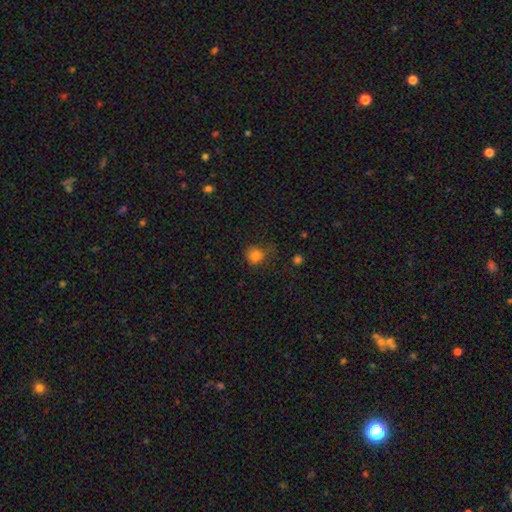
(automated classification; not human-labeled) A smooth galaxy with no disk features (81%) that is round (87%).

Vote fractions:
- Smooth or featured? smooth: 81% / star or artifact: 13% / featured or disk: 6%
- How rounded? round: 87% / in between: 12% / cigar-shaped: 1%
- Merging? none: 67% / minor disturbance: 23% / major disturbance: 8% / merger: 2%